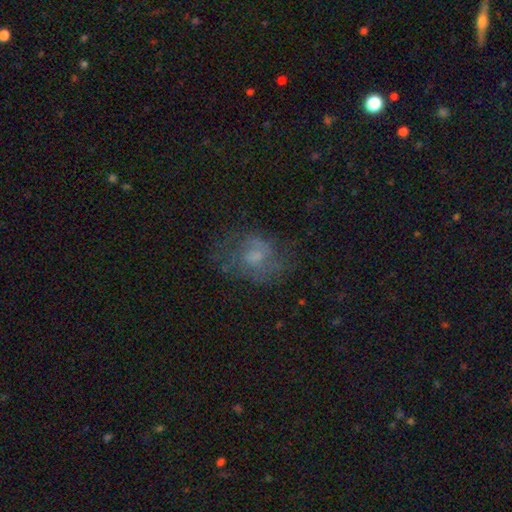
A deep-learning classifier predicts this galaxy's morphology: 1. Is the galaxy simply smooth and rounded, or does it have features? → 48% featured or disk, 39% smooth, 13% star or artifact.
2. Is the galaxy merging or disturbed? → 54% none, 22% major disturbance, 22% minor disturbance, 2% merger.